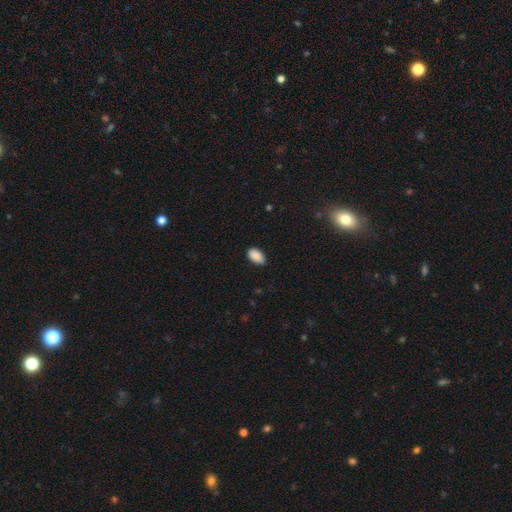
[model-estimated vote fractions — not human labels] smooth_or_featured: smooth (p=0.90) [alt: star or artifact p=0.07]
how_rounded: in between (p=0.94) [alt: round p=0.04]
merging: none (p=0.84) [alt: minor disturbance p=0.13]